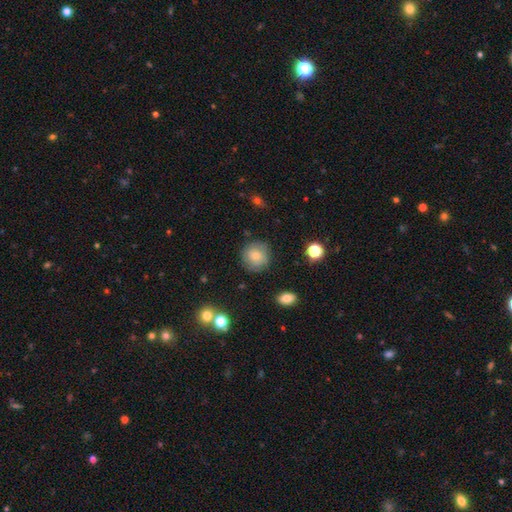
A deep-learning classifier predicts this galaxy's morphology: Q: Smooth or featured?
A: smooth (70%); runner-up: featured or disk (19%)
Q: How rounded?
A: round (92%); runner-up: in between (7%)
Q: Merging?
A: none (84%); runner-up: minor disturbance (11%)